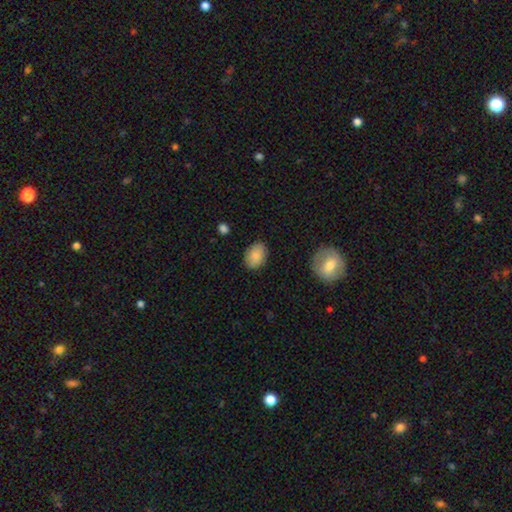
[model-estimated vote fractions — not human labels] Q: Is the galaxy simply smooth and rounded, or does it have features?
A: smooth — 87%.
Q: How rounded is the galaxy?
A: in between — 81%.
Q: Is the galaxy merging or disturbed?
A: none — 85%.